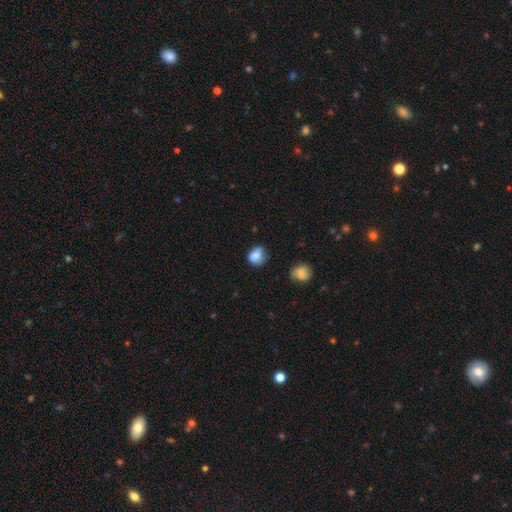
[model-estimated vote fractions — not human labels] Smooth or featured?
  - smooth: 77% *
  - featured or disk: 13%
  - star or artifact: 9%
How rounded?
  - round: 72% *
  - in between: 27%
  - cigar-shaped: 1%
Merging?
  - none: 58% *
  - minor disturbance: 29%
  - major disturbance: 8%
  - merger: 5%